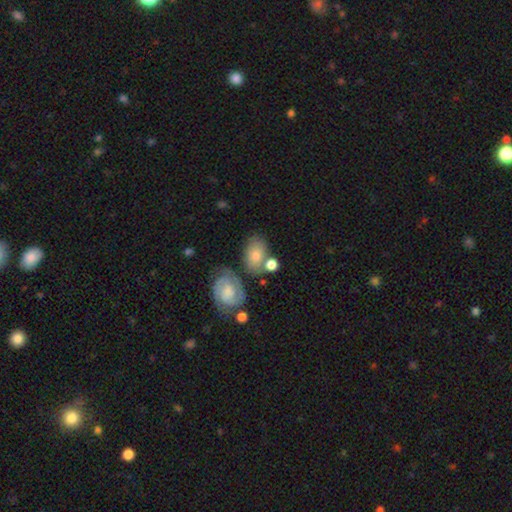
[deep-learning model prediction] Smooth or featured: smooth — 64% (featured or disk — 28%)
How rounded: in between — 77% (round — 21%)
Merging: none — 54% (minor disturbance — 19%)